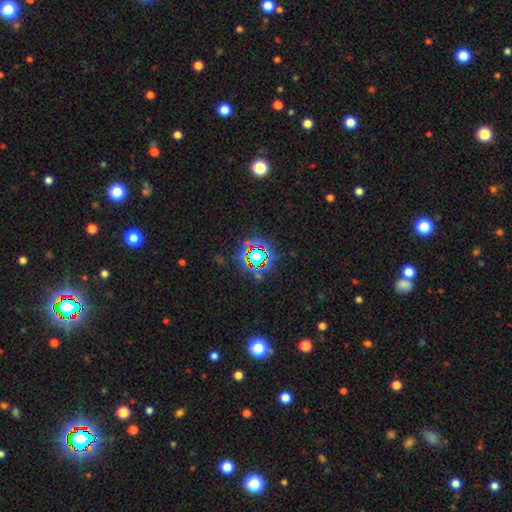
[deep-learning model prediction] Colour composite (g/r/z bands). It shows a star or artifact, not a galaxy (68%).